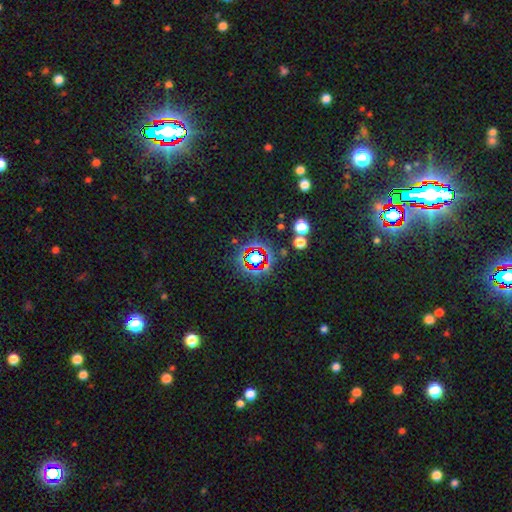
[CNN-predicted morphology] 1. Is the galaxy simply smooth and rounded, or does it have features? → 67% star or artifact, 21% smooth, 12% featured or disk.